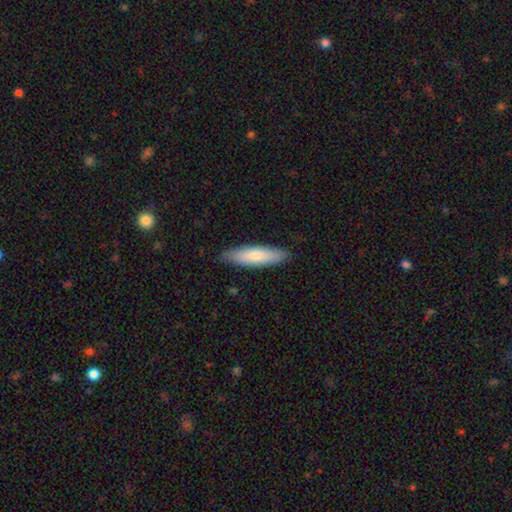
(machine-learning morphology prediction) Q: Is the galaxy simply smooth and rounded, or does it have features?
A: smooth — 77%.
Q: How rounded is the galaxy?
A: cigar-shaped — 67%.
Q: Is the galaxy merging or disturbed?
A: none — 86%.